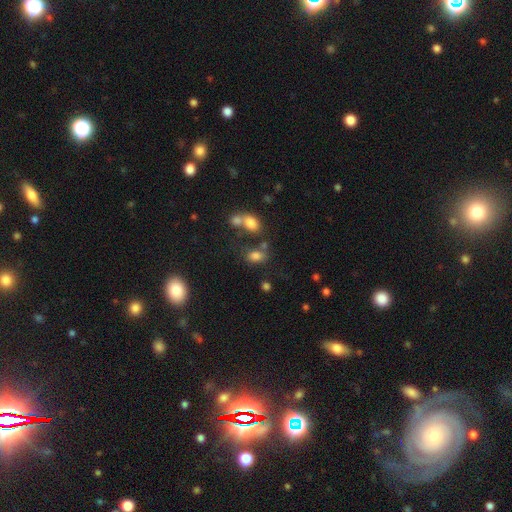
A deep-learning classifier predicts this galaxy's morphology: Smooth or featured: smooth — 78% (star or artifact — 14%)
How rounded: in between — 83% (round — 15%)
Merging: none — 54% (merger — 22%)